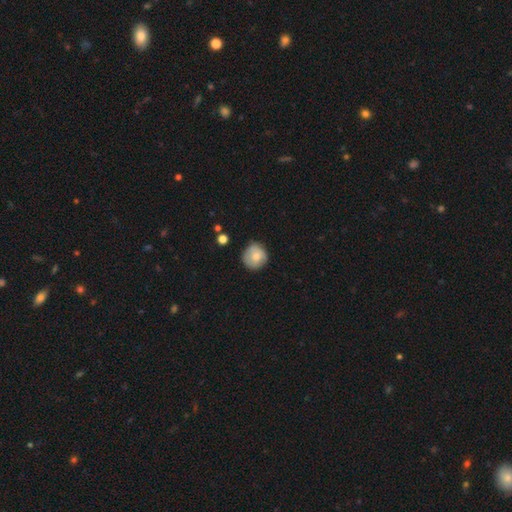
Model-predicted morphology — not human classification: Smooth or featured?
  - smooth: 72% *
  - featured or disk: 21%
  - star or artifact: 7%
How rounded?
  - round: 91% *
  - in between: 8%
  - cigar-shaped: 1%
Merging?
  - none: 77% *
  - minor disturbance: 18%
  - major disturbance: 3%
  - merger: 2%